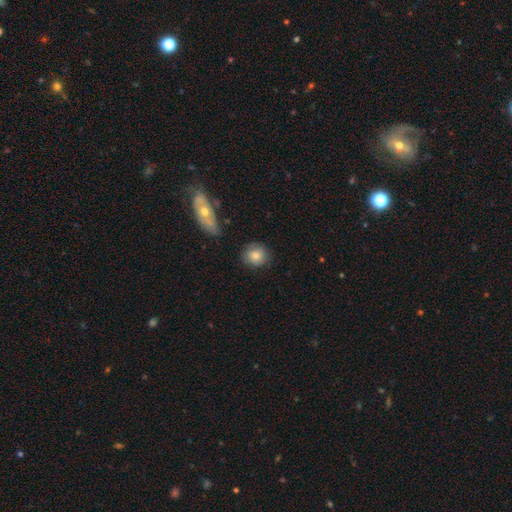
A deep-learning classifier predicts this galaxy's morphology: Smooth or featured? Predicted: smooth (p=0.80). How rounded? Predicted: round (p=0.84). Merging? Predicted: none (p=0.80).